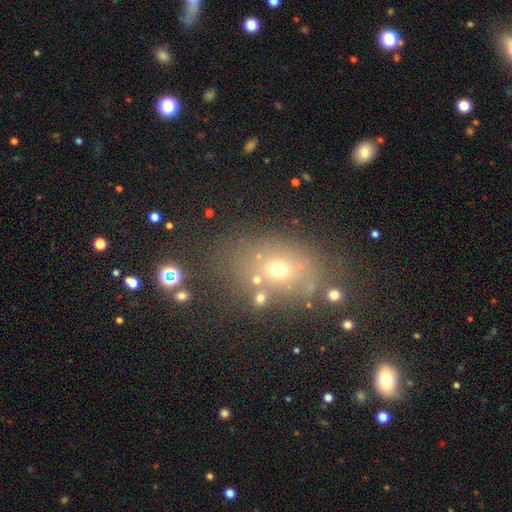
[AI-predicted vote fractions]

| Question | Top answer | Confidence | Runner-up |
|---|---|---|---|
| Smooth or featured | smooth | 52% | star or artifact (26%) |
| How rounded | in between | 62% | round (36%) |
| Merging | none | 68% | minor disturbance (14%) |